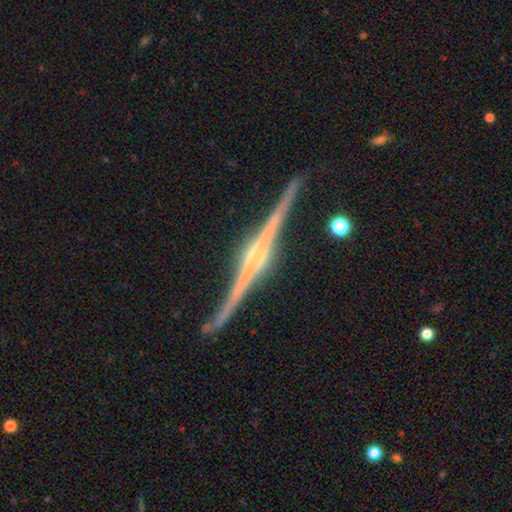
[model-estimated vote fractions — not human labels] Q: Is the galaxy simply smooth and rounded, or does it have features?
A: featured or disk — 92%.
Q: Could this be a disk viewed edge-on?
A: yes — 98%.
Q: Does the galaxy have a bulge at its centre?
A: rounded — 86%.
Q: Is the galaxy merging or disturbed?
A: none — 87%.